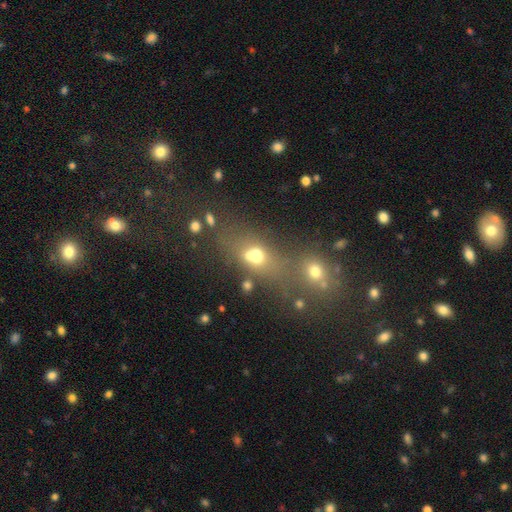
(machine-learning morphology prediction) A smooth galaxy with no disk features (63%) that is round (50%). Merging: merger (52%).